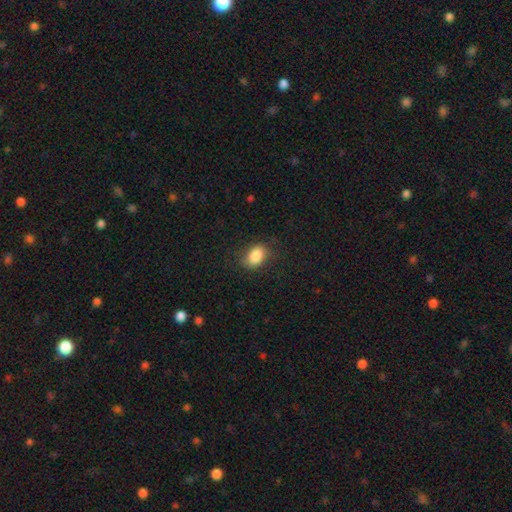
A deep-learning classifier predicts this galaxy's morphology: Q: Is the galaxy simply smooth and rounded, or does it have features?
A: smooth — 85%.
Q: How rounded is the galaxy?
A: in between — 78%.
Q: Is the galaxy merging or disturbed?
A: none — 76%.